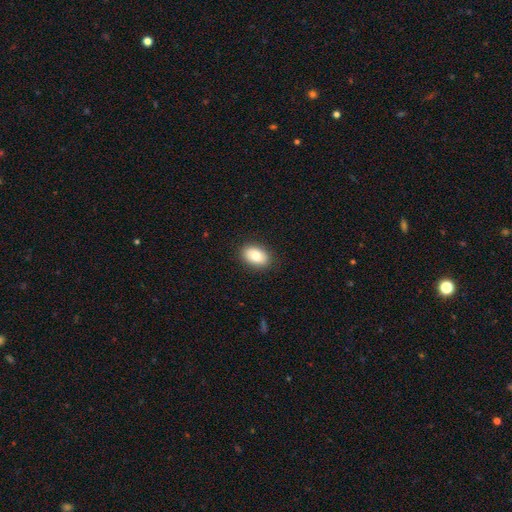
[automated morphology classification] Q: Smooth or featured?
A: smooth (82%); runner-up: featured or disk (11%)
Q: How rounded?
A: in between (88%); runner-up: round (11%)
Q: Merging?
A: none (87%); runner-up: minor disturbance (9%)